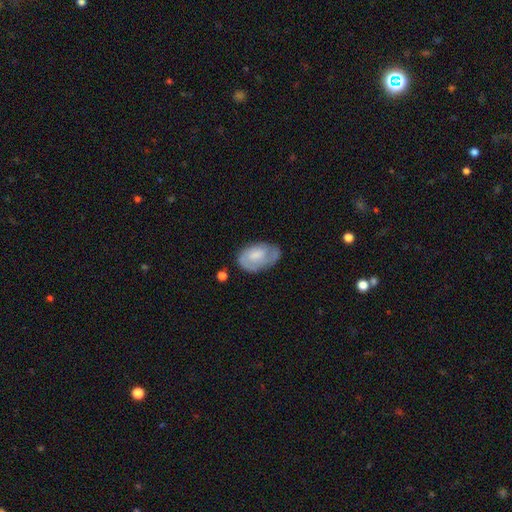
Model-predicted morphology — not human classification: smooth_or_featured: smooth (p=0.52) [alt: featured or disk p=0.42]
how_rounded: in between (p=0.90) [alt: round p=0.09]
merging: none (p=0.54) [alt: minor disturbance p=0.30]